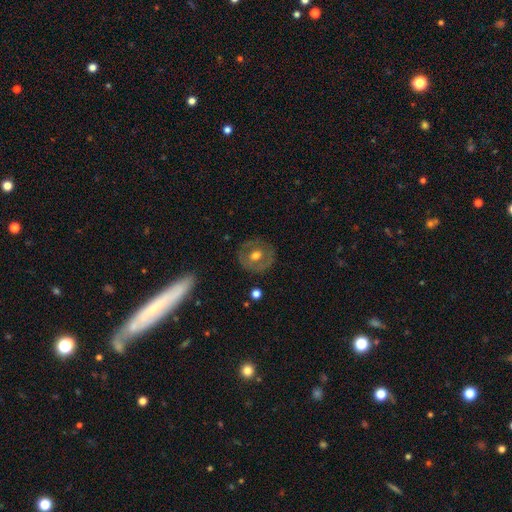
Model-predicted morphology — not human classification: Q: Smooth or featured?
A: featured or disk (49%); runner-up: smooth (44%)
Q: Merging?
A: none (81%); runner-up: minor disturbance (12%)